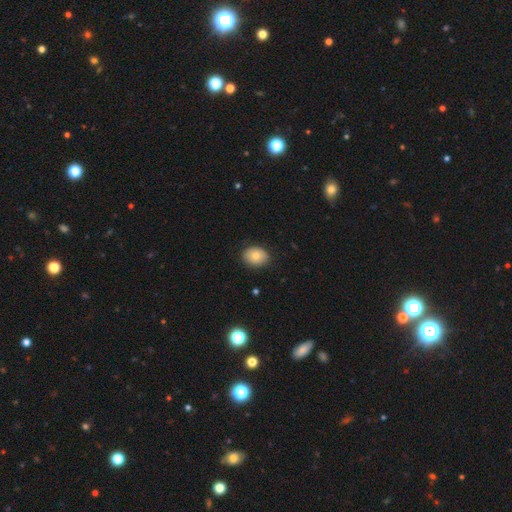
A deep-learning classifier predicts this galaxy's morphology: Smooth or featured? Predicted: smooth (p=0.79). How rounded? Predicted: in between (p=0.62). Merging? Predicted: none (p=0.86).